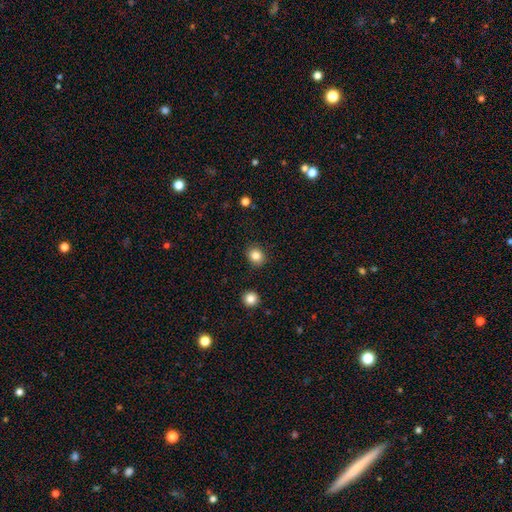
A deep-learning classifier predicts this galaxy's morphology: This is clearly a smooth galaxy (84%). How rounded: likely round (72%). Merging: clearly none (89%).